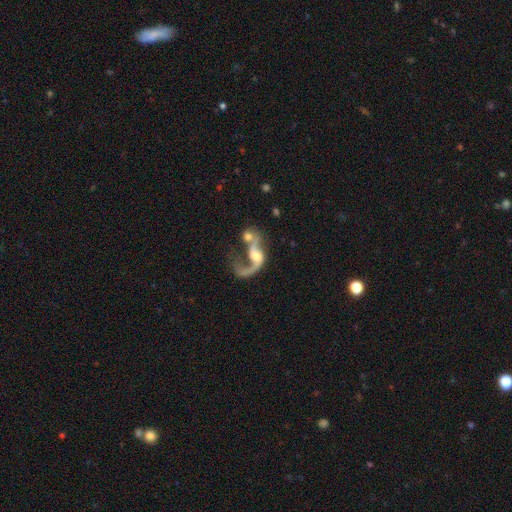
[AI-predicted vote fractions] The model was most divided on "spiral arm count": 2: 56%, 1: 38%, can't tell: 3%, 3: 1%, 4: 1%, more than 4: 1%. Remaining: edge-on disk — no (96%); spiral arms — yes (87%); spiral winding — loose (84%); smooth or featured — featured or disk (79%); bar — no (54%); bulge size — moderate (51%); merging — merger (48%).